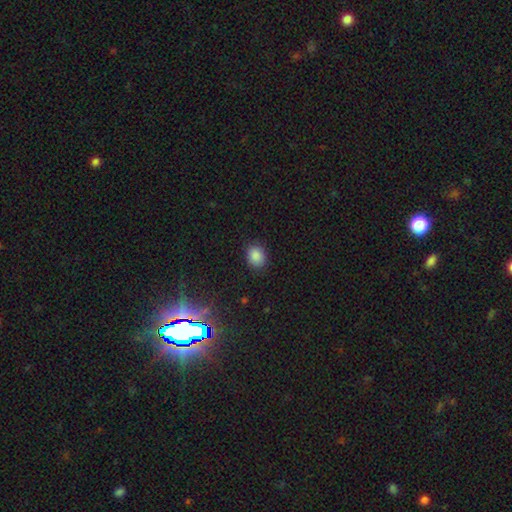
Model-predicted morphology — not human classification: Q: Smooth or featured?
A: smooth (86%); runner-up: star or artifact (10%)
Q: How rounded?
A: round (51%); runner-up: in between (48%)
Q: Merging?
A: none (85%); runner-up: minor disturbance (11%)